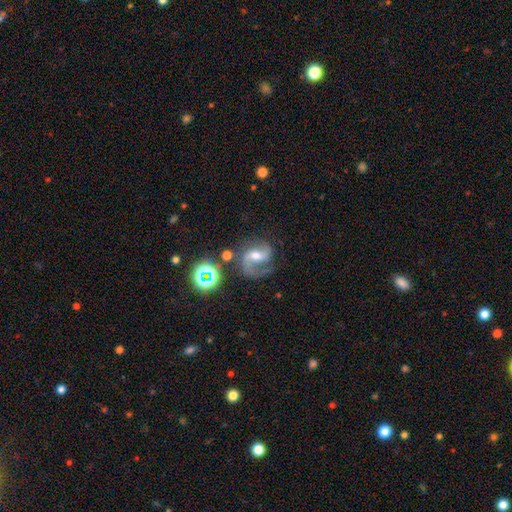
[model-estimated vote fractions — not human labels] This appears to be a featured or disk galaxy (83%) with a weak bar (46%), 2 (76%) medium (54%) spiral arms (97%) and a moderate central bulge (61%). Merging: none (64%).